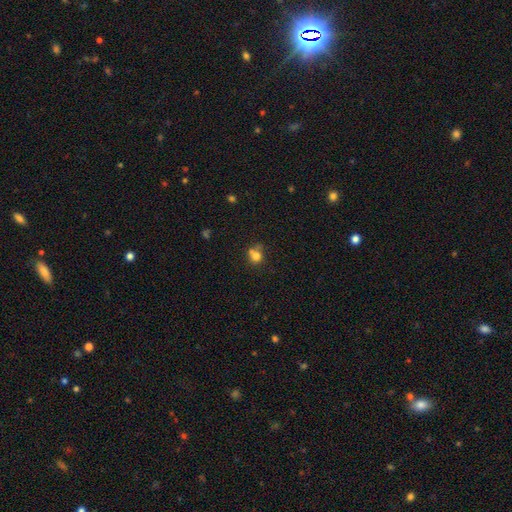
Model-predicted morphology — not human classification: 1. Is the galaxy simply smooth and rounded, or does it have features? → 77% smooth, 13% star or artifact, 10% featured or disk.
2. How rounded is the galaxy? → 77% round, 22% in between, 1% cigar-shaped.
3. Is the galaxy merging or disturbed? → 48% none, 28% merger, 17% minor disturbance, 7% major disturbance.